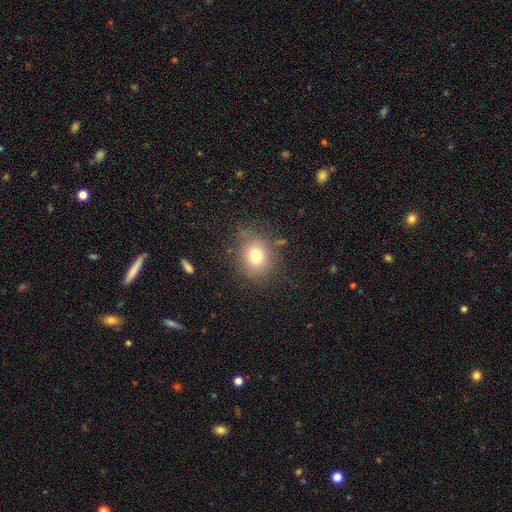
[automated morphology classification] Smooth or featured: smooth — 76% (star or artifact — 12%)
How rounded: round — 63% (in between — 36%)
Merging: none — 76% (minor disturbance — 16%)